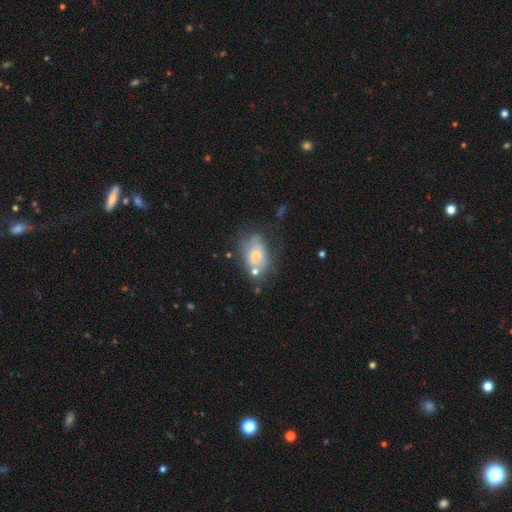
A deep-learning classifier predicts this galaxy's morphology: Smooth or featured? smooth (63%)
How rounded? in between (85%)
Merging? none (46%)